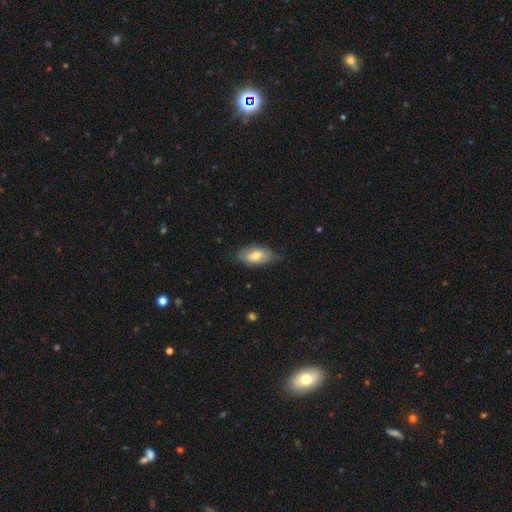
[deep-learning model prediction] Smooth or featured? Predicted: smooth (p=0.66). How rounded? Predicted: in between (p=0.91). Merging? Predicted: none (p=0.66).